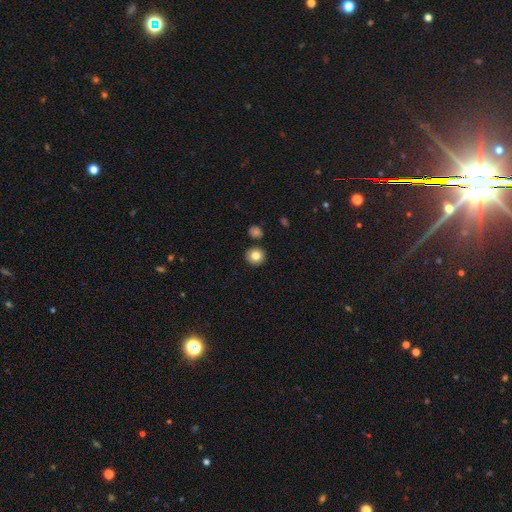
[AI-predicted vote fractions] Smooth or featured?
  - smooth: 83% *
  - star or artifact: 10%
  - featured or disk: 8%
How rounded?
  - round: 91% *
  - in between: 8%
  - cigar-shaped: 1%
Merging?
  - none: 88% *
  - minor disturbance: 7%
  - merger: 3%
  - major disturbance: 2%